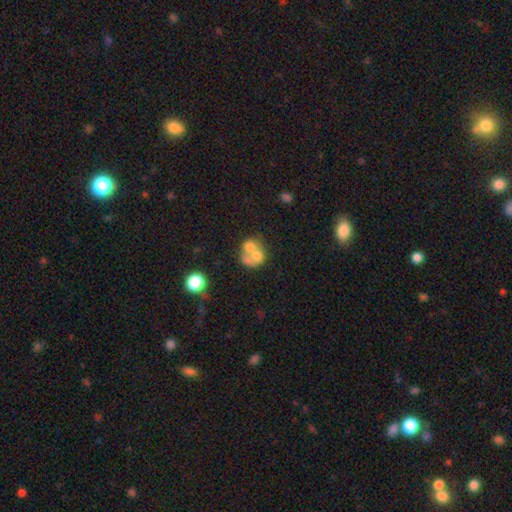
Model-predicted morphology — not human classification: Overall: smooth (57%; featured or disk 32%). How rounded: round (63%; in between 36%). Merging: merger (66%).